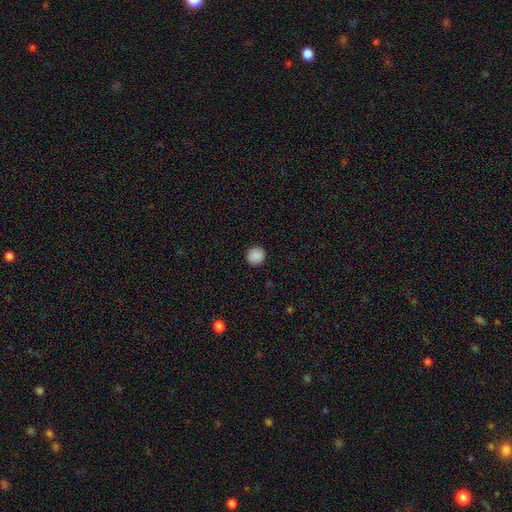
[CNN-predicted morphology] Smooth or featured: smooth — 89% (star or artifact — 8%)
How rounded: round — 92% (in between — 7%)
Merging: none — 92% (minor disturbance — 5%)